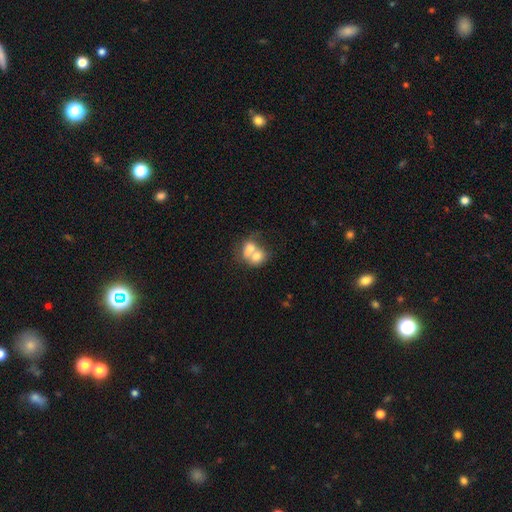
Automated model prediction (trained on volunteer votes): The model was most divided on "how rounded": in between: 55%, round: 43%, cigar-shaped: 1%. More confident: merging — merger (73%); smooth or featured — smooth (68%).